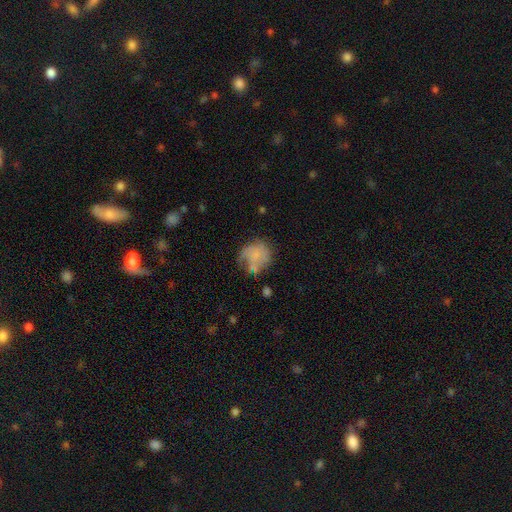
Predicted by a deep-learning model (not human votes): smooth-or-featured: smooth: 56% | featured or disk: 35% | star or artifact: 9%
  how-rounded: round: 75% | in between: 24% | cigar-shaped: 1%
  merging: none: 44% | minor disturbance: 28% | major disturbance: 23% | merger: 5%